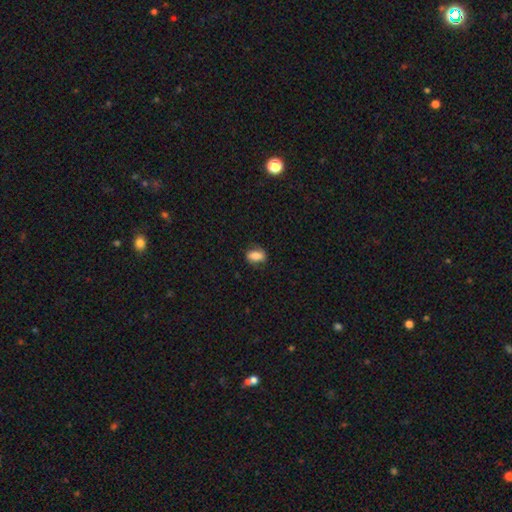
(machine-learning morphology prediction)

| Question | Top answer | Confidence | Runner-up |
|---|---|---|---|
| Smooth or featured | smooth | 78% | featured or disk (14%) |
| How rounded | in between | 83% | round (13%) |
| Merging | none | 78% | minor disturbance (16%) |